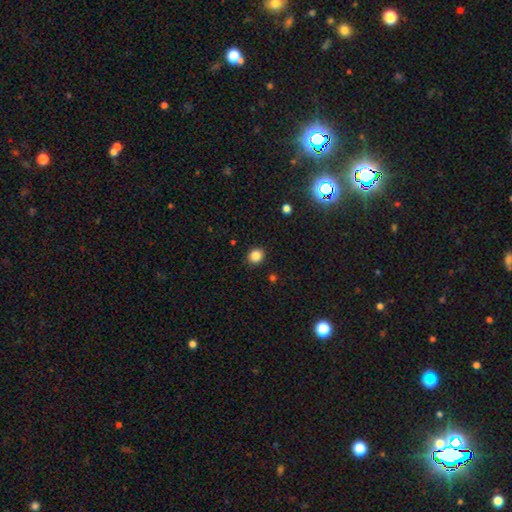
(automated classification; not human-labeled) Overall: smooth (85%). How rounded: round (80%). Merging: none (90%).